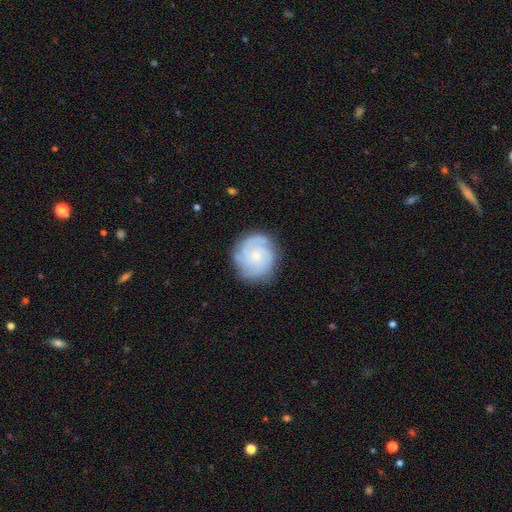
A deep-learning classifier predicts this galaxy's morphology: This appears to be a featured or disk galaxy (73%) with no bar (76%), 3 (34%) tight (68%) spiral arms (95%) and a small central bulge (62%). Merging: none (80%).